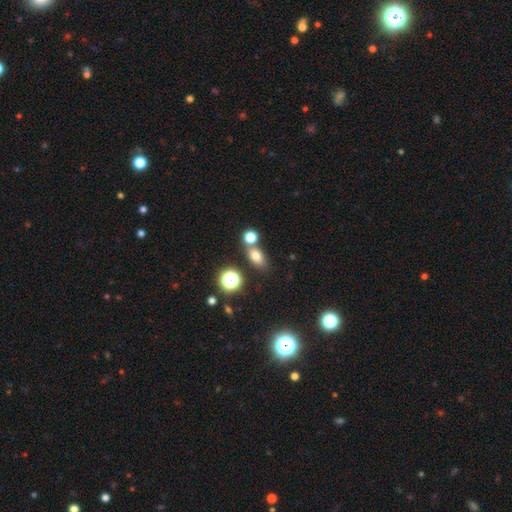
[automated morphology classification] Smooth or featured?
  - smooth: 73% *
  - star or artifact: 17%
  - featured or disk: 10%
How rounded?
  - in between: 71% *
  - round: 26%
  - cigar-shaped: 3%
Merging?
  - none: 65% *
  - merger: 21%
  - minor disturbance: 11%
  - major disturbance: 4%